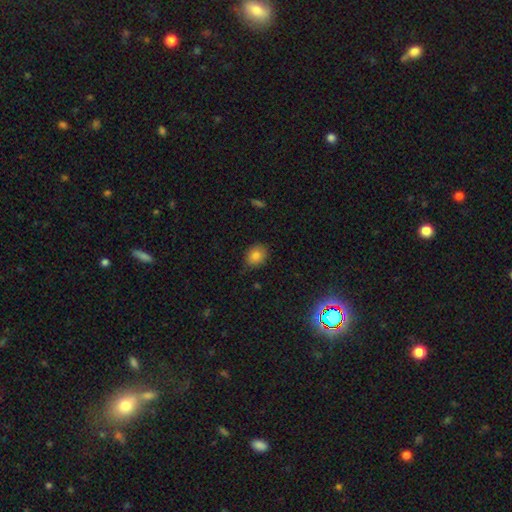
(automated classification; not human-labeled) Morphology: type=smooth (82%); roundness=round (53%); merging=none (78%).